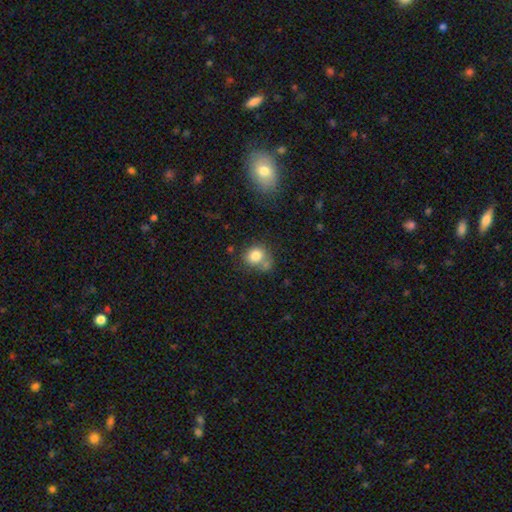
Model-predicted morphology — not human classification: A smooth galaxy with no disk features (81%) that is round (73%). Merging: none (53%).